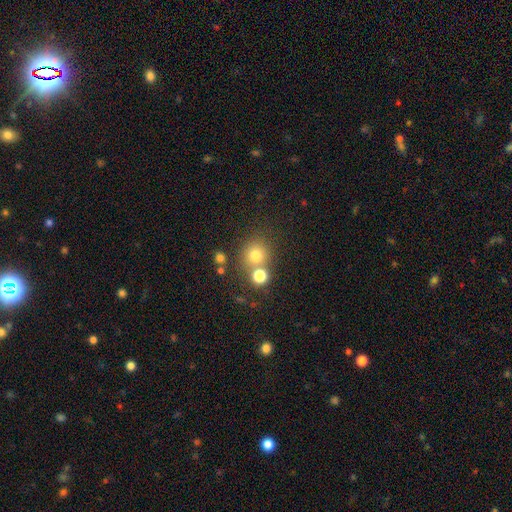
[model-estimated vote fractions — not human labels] This appears to be a smooth galaxy with no disk features (76%) that is round (88%). Merging: none (62%).